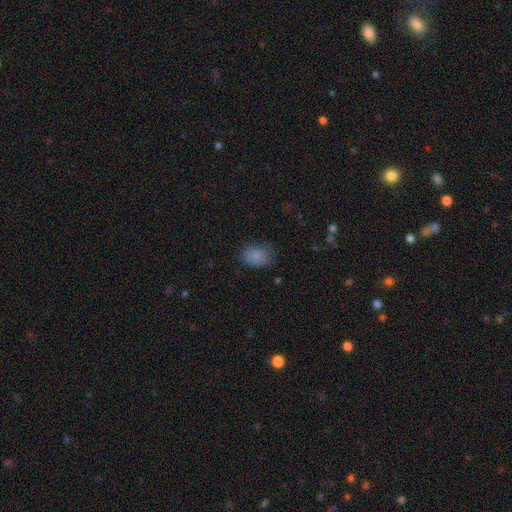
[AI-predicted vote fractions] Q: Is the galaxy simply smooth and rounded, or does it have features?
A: smooth — 85%.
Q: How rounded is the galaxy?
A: in between — 68%.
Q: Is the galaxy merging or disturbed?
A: none — 71%.